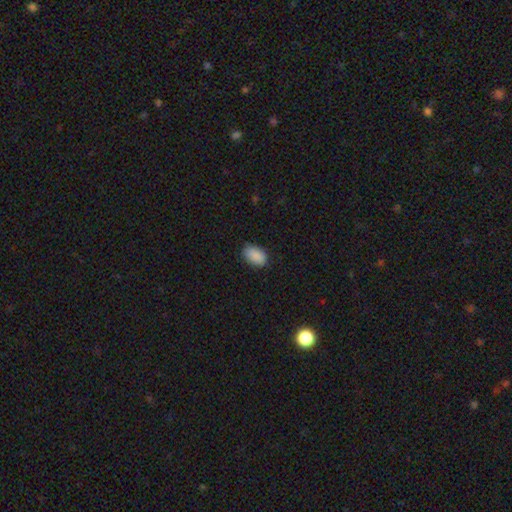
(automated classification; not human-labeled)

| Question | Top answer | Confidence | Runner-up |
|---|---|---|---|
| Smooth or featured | smooth | 89% | star or artifact (7%) |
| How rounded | in between | 91% | round (7%) |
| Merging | none | 81% | minor disturbance (15%) |